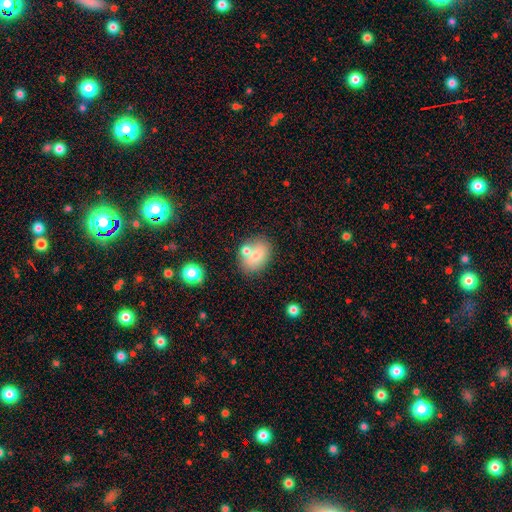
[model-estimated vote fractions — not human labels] Smooth or featured? smooth (71%)
How rounded? in between (74%)
Merging? none (65%)